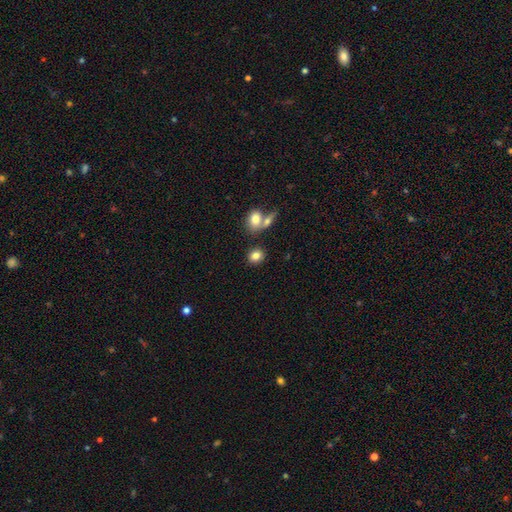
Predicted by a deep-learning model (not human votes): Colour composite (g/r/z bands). It shows a smooth galaxy with no disk features (81%) that is round (57%). Merging: none (75%).